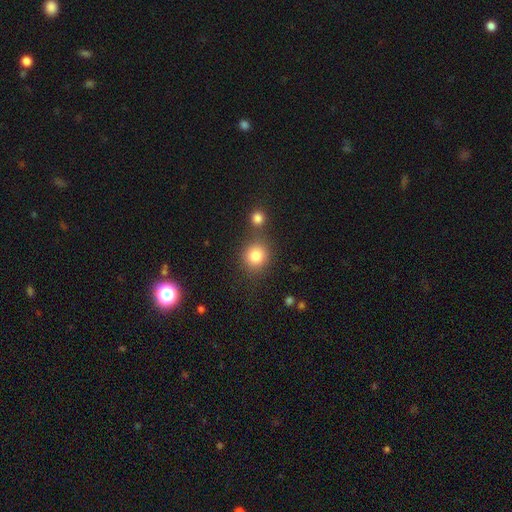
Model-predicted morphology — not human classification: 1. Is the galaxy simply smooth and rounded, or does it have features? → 82% smooth, 11% star or artifact, 7% featured or disk.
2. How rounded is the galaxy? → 85% round, 14% in between, 1% cigar-shaped.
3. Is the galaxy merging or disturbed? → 68% none, 18% merger, 9% minor disturbance, 4% major disturbance.